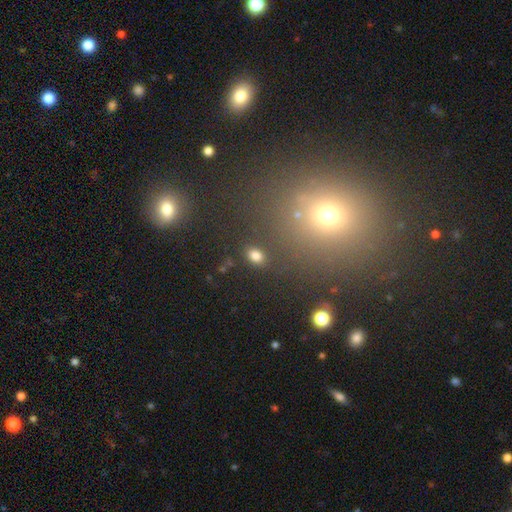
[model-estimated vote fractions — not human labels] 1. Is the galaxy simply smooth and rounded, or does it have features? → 80% smooth, 14% star or artifact, 6% featured or disk.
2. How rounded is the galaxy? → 74% in between, 25% round, 2% cigar-shaped.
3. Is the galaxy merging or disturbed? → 85% none, 9% minor disturbance, 3% merger, 3% major disturbance.